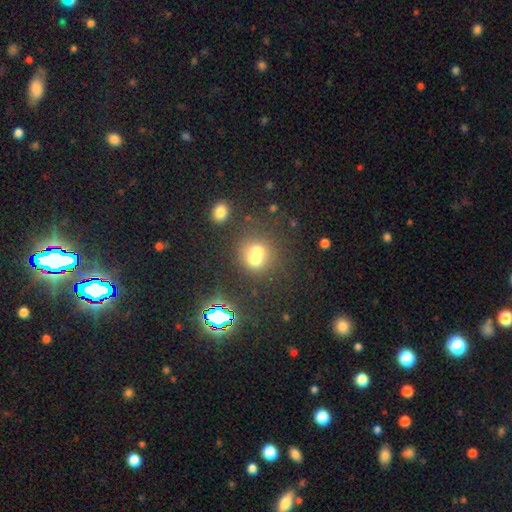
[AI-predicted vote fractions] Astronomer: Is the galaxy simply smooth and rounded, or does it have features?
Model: smooth — 61%.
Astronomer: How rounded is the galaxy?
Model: round — 77%.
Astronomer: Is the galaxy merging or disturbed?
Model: merger — 59%.